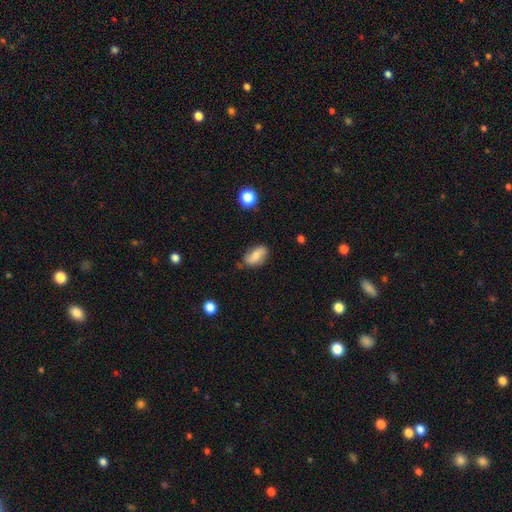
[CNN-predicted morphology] Q: Smooth or featured?
A: smooth (64%); runner-up: featured or disk (28%)
Q: How rounded?
A: in between (90%); runner-up: round (6%)
Q: Merging?
A: none (75%); runner-up: minor disturbance (19%)